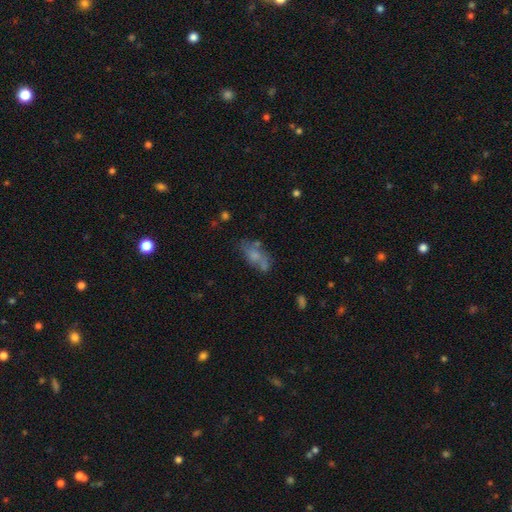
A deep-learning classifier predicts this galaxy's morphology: type=smooth (56%); roundness=in between (79%); merging=none (48%).